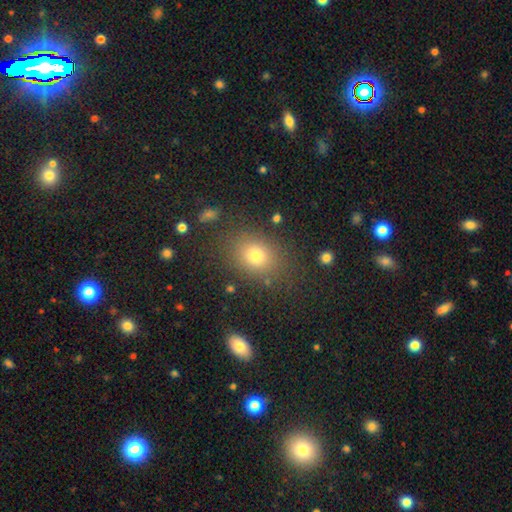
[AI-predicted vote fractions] Morphology: type=smooth (76%); roundness=in between (51%); merging=none (82%).